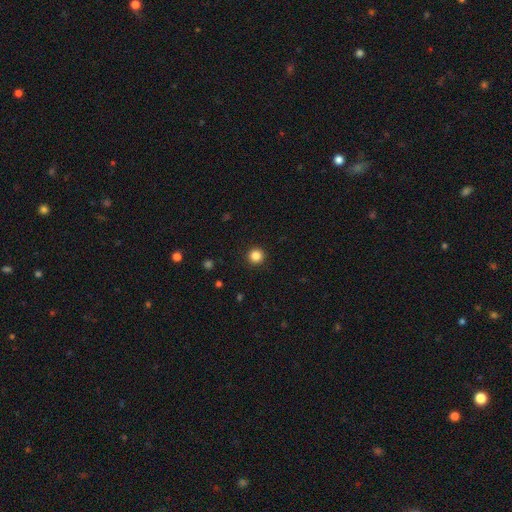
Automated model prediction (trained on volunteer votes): This appears to be a smooth galaxy with no disk features (85%) that is round (96%). Merging: none (92%).